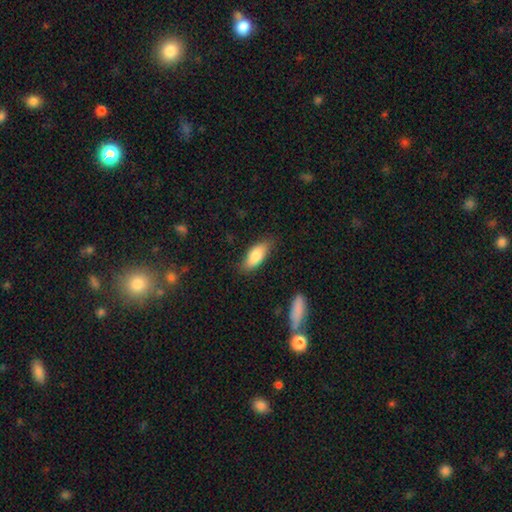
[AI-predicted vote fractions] Q: Smooth or featured?
A: smooth (82%); runner-up: featured or disk (11%)
Q: How rounded?
A: in between (81%); runner-up: cigar-shaped (17%)
Q: Merging?
A: none (80%); runner-up: minor disturbance (16%)